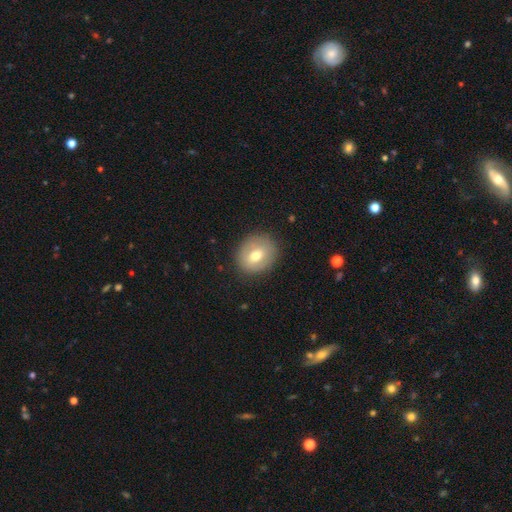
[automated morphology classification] type=smooth (61%); roundness=round (64%); merging=none (84%).